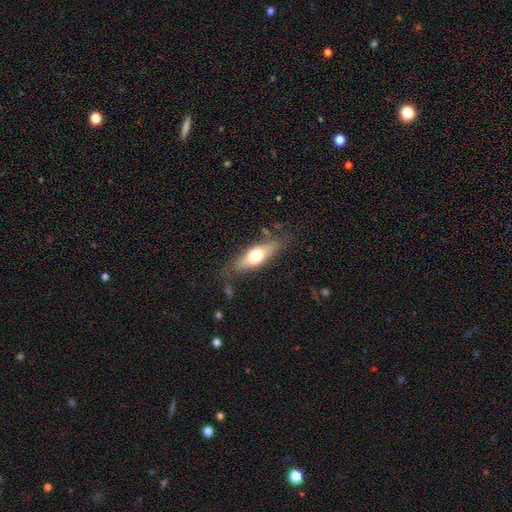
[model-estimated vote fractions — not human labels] The model was most divided on "how rounded": in between: 59%, cigar-shaped: 38%, round: 3%. More confident: merging — none (74%); smooth or featured — smooth (58%).